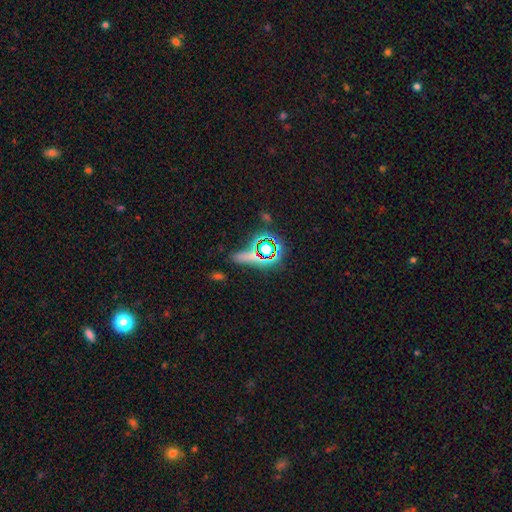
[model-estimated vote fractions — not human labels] star or artifact 63%, smooth 25%, featured or disk 12%.